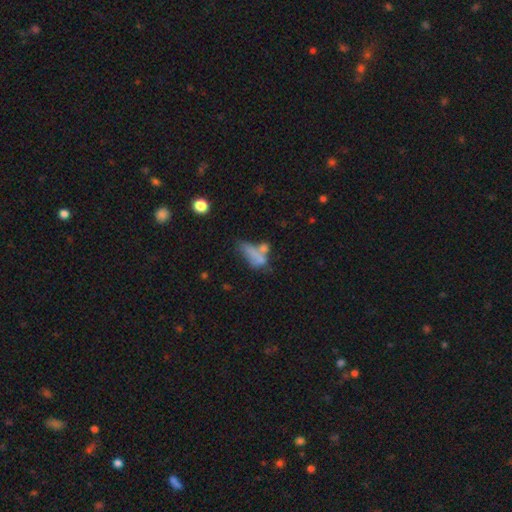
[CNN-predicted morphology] Overall: smooth (62%; featured or disk 24%). How rounded: in between (67%; cigar-shaped 27%). Merging: merger (40%; none 24%).